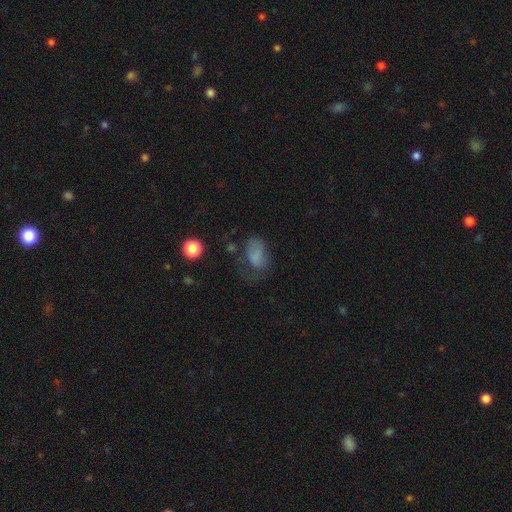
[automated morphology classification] This is likely a smooth galaxy (69%). How rounded: clearly in between (84%). Merging: marginally major disturbance (40%).